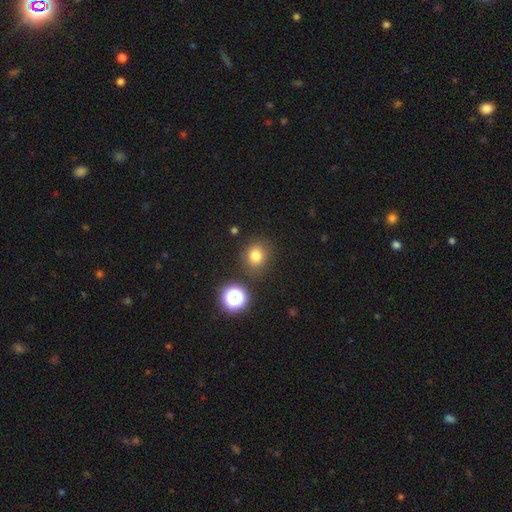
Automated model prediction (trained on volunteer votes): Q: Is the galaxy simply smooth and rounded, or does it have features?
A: smooth — 78%.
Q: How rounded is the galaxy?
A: round — 84%.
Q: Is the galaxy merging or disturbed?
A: none — 84%.